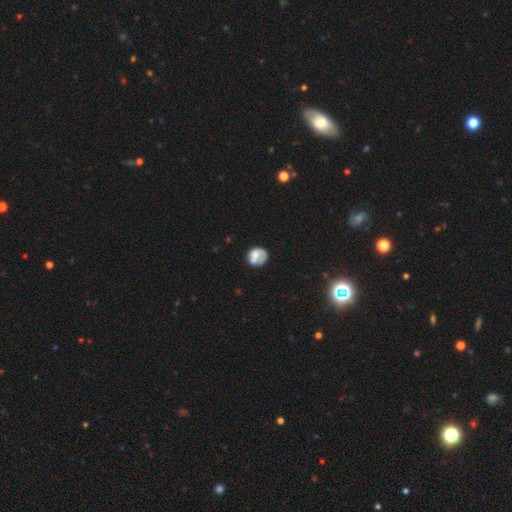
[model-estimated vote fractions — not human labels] Overall: smooth (54%; featured or disk 37%). How rounded: round (71%). Merging: none (45%; minor disturbance 24%).